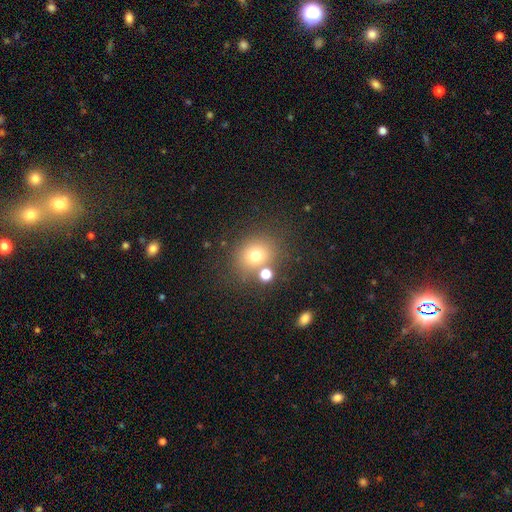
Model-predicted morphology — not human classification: Smooth or featured: smooth — 71% (star or artifact — 17%)
How rounded: round — 75% (in between — 24%)
Merging: none — 68% (merger — 16%)